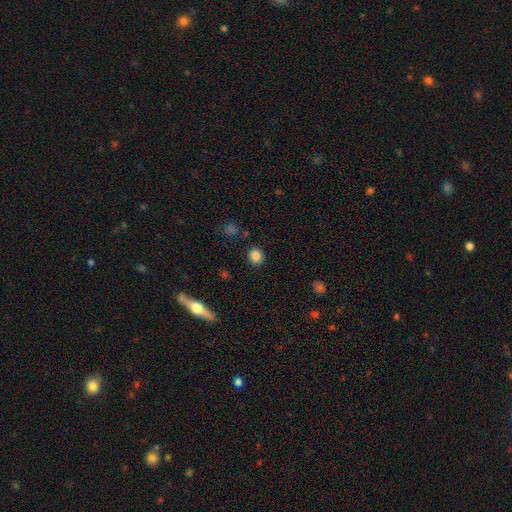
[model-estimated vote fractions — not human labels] The model was most divided on "how rounded": round: 83%, in between: 16%, cigar-shaped: 1%. More confident: merging — none (89%); smooth or featured — smooth (84%).